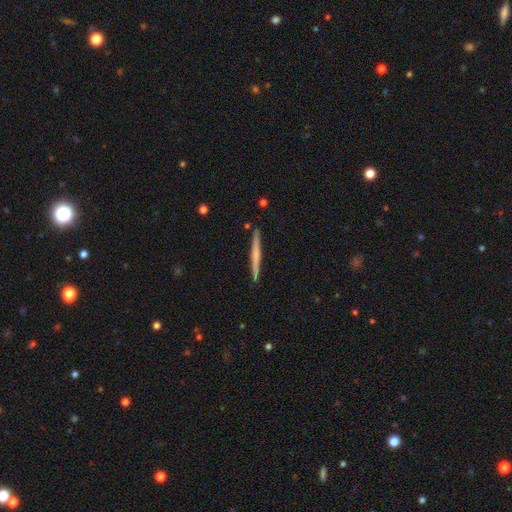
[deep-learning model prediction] The model was most divided on "smooth or featured": featured or disk: 53%, smooth: 42%, star or artifact: 5%. More confident: edge-on disk — yes (98%); merging — none (92%); edge-on bulge — none (62%).